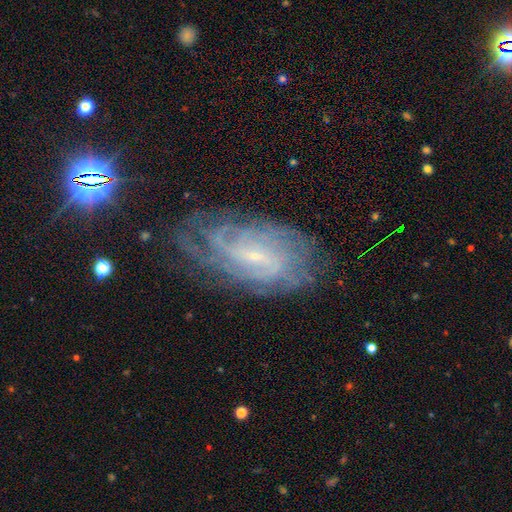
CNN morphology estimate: type=featured or disk (82%); edge-on=no (95%); bar=weak (52%); spiral arms=yes (94%); winding=tight (64%); arm count=can't tell (45%); bulge=small (78%); merging=none (69%).